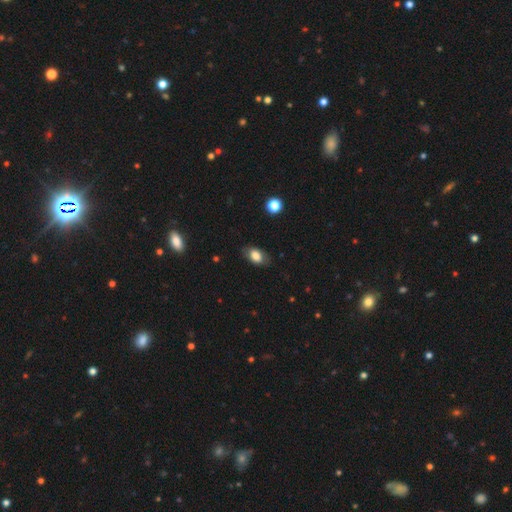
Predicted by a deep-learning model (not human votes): A smooth galaxy with no disk features (78%) that is in between round and cigar-shaped (90%). Merging: none (78%).